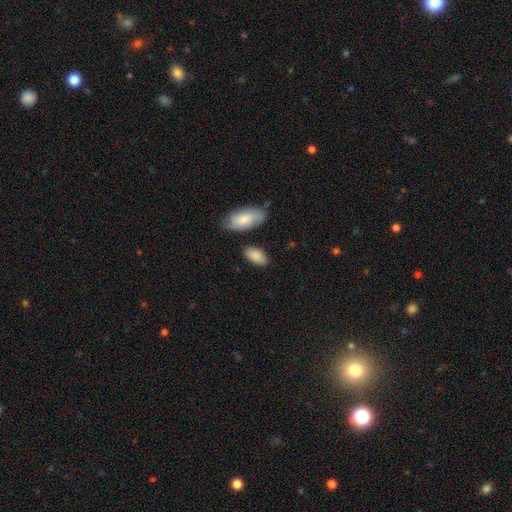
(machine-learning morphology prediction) Overall: smooth (87%). How rounded: in between (93%). Merging: none (78%).